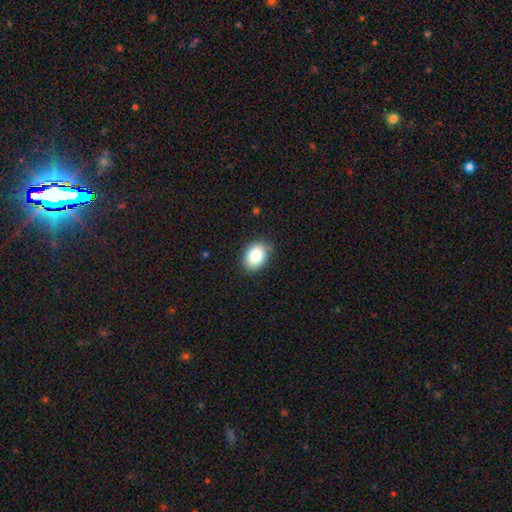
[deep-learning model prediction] Smooth or featured?
  - smooth: 83% *
  - star or artifact: 9%
  - featured or disk: 8%
How rounded?
  - in between: 63% *
  - round: 36%
  - cigar-shaped: 1%
Merging?
  - none: 85% *
  - minor disturbance: 12%
  - major disturbance: 2%
  - merger: 1%